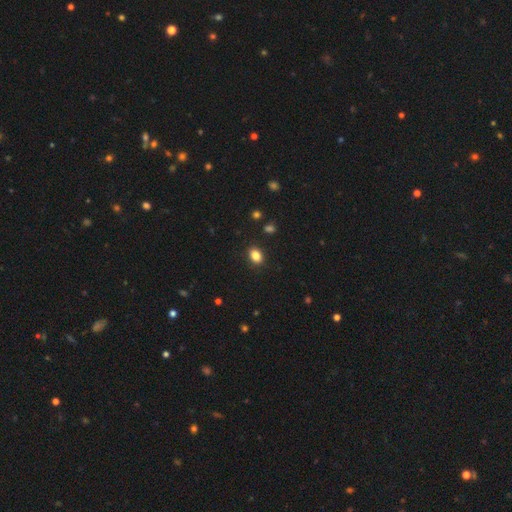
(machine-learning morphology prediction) Smooth or featured? Predicted: smooth (p=0.85). How rounded? Predicted: in between (p=0.71). Merging? Predicted: none (p=0.88).